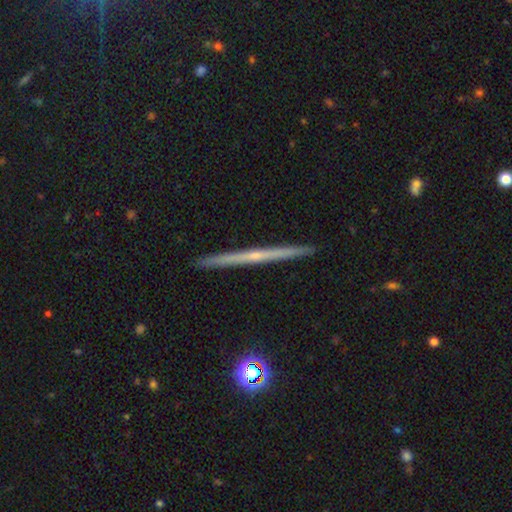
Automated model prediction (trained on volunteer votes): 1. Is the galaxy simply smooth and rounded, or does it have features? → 71% featured or disk, 21% smooth, 8% star or artifact.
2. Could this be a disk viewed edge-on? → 98% yes, 2% no.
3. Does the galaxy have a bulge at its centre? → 56% none, 40% rounded, 4% boxy.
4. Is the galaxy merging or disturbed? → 93% none, 5% minor disturbance, 1% merger, 1% major disturbance.